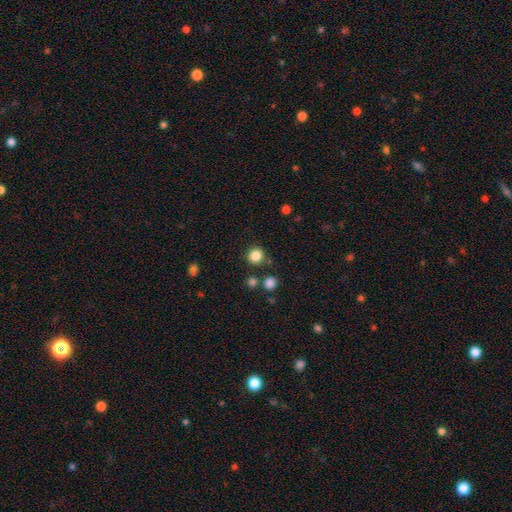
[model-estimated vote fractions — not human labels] Q: Smooth or featured?
A: smooth (84%); runner-up: star or artifact (12%)
Q: How rounded?
A: round (92%); runner-up: in between (7%)
Q: Merging?
A: none (85%); runner-up: minor disturbance (7%)